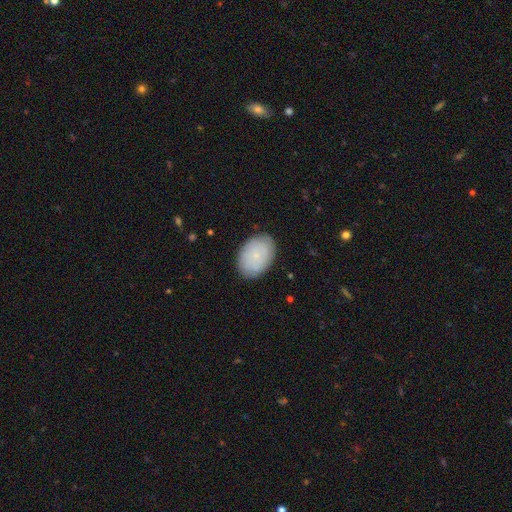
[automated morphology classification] smooth 65%, featured or disk 27%, star or artifact 7%. Down the decision tree: how rounded — in between (83%); merging — none (84%).